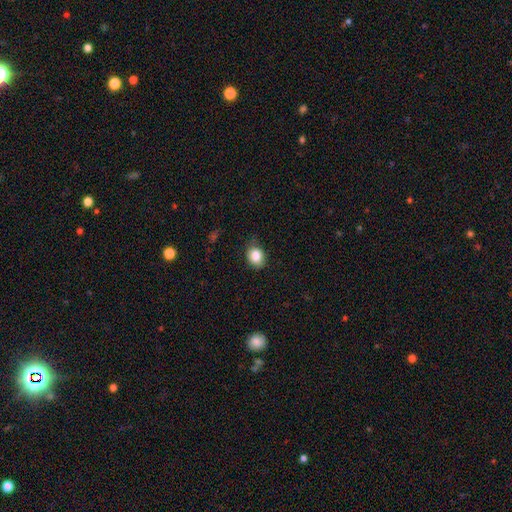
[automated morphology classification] A smooth galaxy with no disk features (85%) that is round (51%). Merging: none (77%).